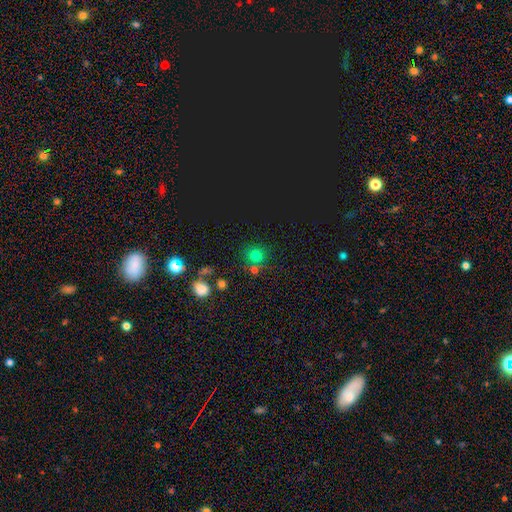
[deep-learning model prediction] smooth_or_featured: smooth (p=0.67) [alt: star or artifact p=0.26]
how_rounded: round (p=0.87) [alt: in between p=0.12]
merging: none (p=0.70) [alt: merger p=0.14]